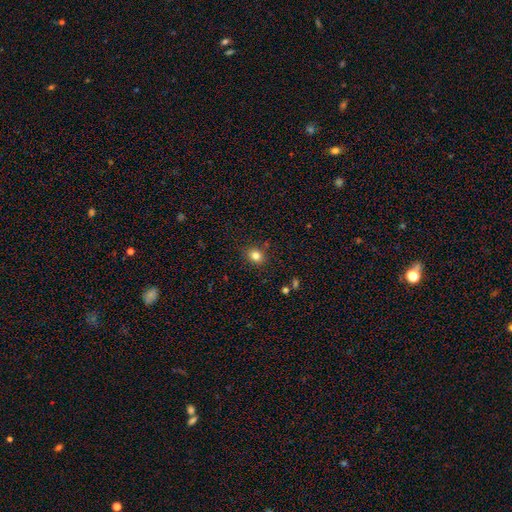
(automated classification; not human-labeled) Morphology: type=smooth (82%); roundness=round (69%); merging=none (86%).